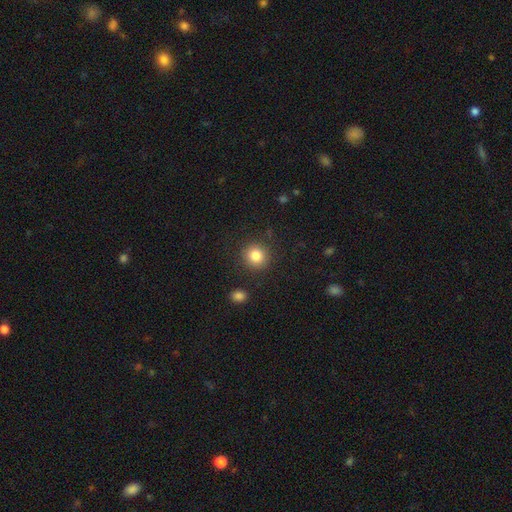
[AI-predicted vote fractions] Overall: smooth (84%). How rounded: round (88%). Merging: none (88%).